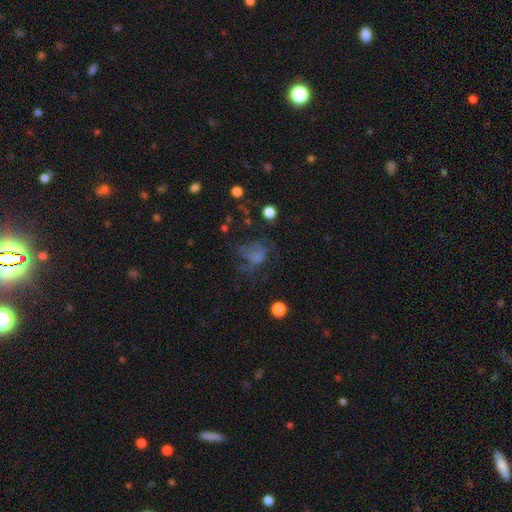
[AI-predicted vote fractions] Smooth or featured: smooth — 45% (featured or disk — 34%)
Merging: major disturbance — 40% (none — 36%)